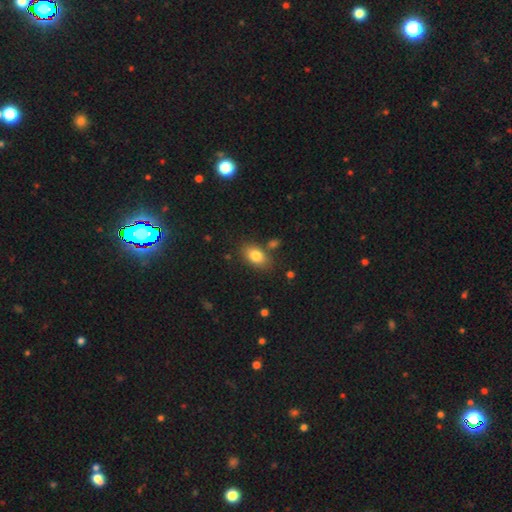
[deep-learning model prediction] A smooth galaxy with no disk features (82%) that is in between round and cigar-shaped (85%).

Vote fractions:
- Smooth or featured? smooth: 82% / featured or disk: 10% / star or artifact: 9%
- How rounded? in between: 85% / round: 13% / cigar-shaped: 2%
- Merging? none: 79% / minor disturbance: 12% / merger: 6% / major disturbance: 3%